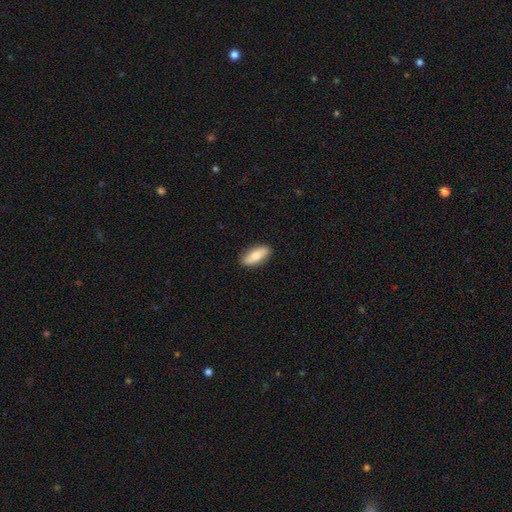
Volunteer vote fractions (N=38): A smooth galaxy with no disk features (79%) that is in between round and cigar-shaped (93%).

Vote fractions:
- Smooth or featured? smooth: 79% / featured or disk: 16% / star or artifact: 5%
- How rounded? in between: 93% / cigar-shaped: 7% / round: 0%
- Merging? none: 92% / minor disturbance: 6% / major disturbance: 3% / merger: 0%